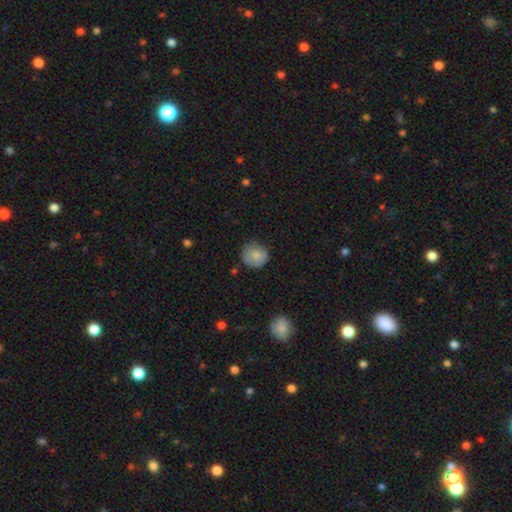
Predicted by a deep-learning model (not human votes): smooth-or-featured: smooth: 81% | featured or disk: 11% | star or artifact: 8%
  how-rounded: round: 89% | in between: 10% | cigar-shaped: 1%
  merging: none: 76% | minor disturbance: 18% | major disturbance: 4% | merger: 2%